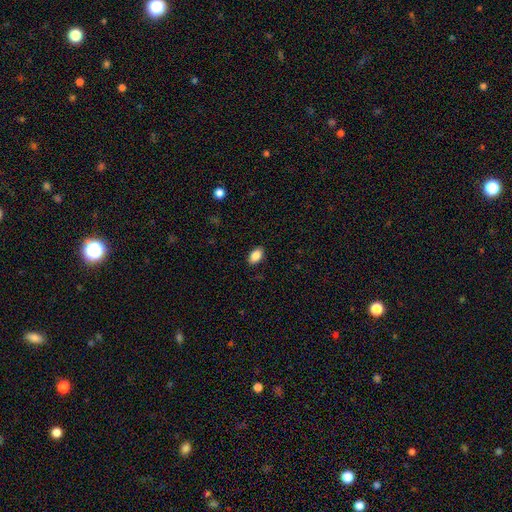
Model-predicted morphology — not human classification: Smooth or featured? Predicted: smooth (p=0.88). How rounded? Predicted: in between (p=0.92). Merging? Predicted: none (p=0.88).